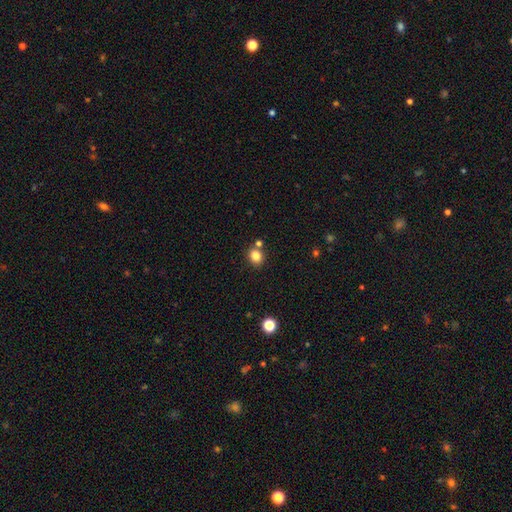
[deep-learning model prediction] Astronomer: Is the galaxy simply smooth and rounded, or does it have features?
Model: smooth — 83%.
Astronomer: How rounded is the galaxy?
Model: round — 65%.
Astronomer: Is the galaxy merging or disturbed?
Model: none — 75%.